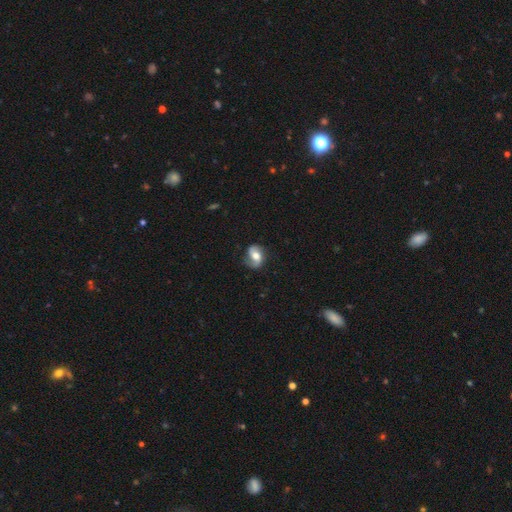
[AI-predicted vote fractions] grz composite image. It shows a featured or disk galaxy (68%) with no bar (48%), 2 (82%) loose (43%) spiral arms (91%) and a moderate central bulge (62%). Merging: none (71%).